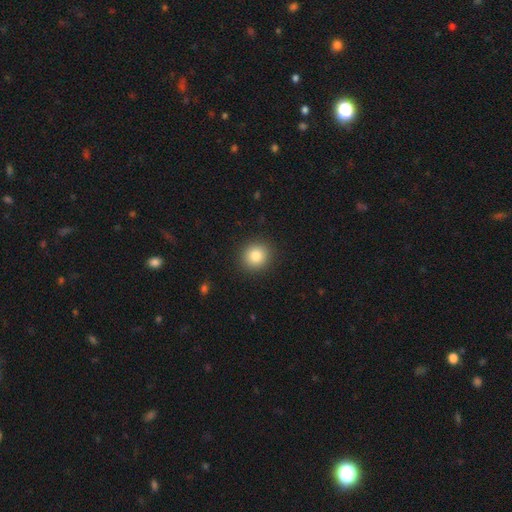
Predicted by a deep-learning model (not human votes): Morphology: type=smooth (83%); roundness=round (87%); merging=none (91%).